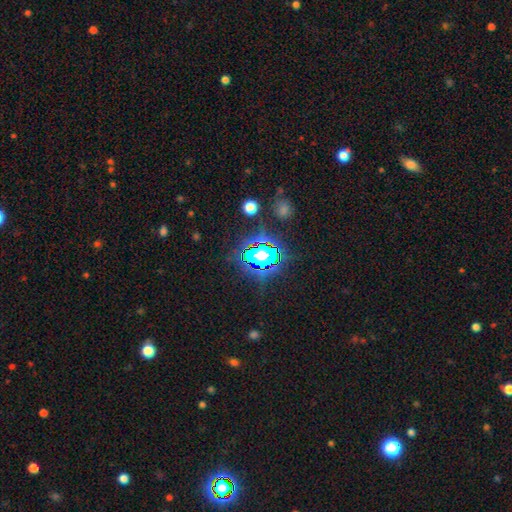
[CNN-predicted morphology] A star or artifact, not a galaxy (81%).

Vote fractions:
- Smooth or featured? star or artifact: 81% / smooth: 12% / featured or disk: 7%